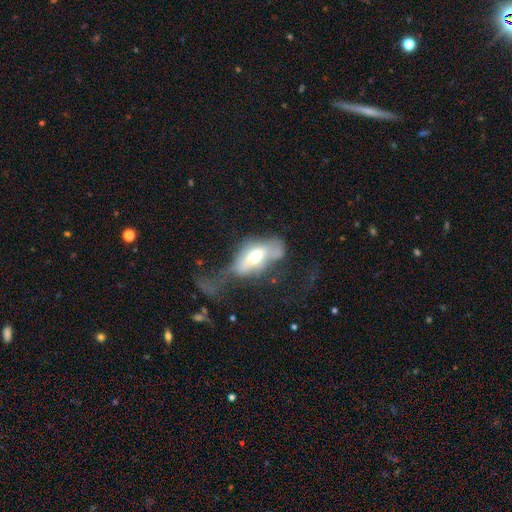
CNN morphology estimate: smooth-or-featured: smooth: 46% | featured or disk: 45% | star or artifact: 9%
  merging: major disturbance: 55% | none: 17% | minor disturbance: 17% | merger: 10%